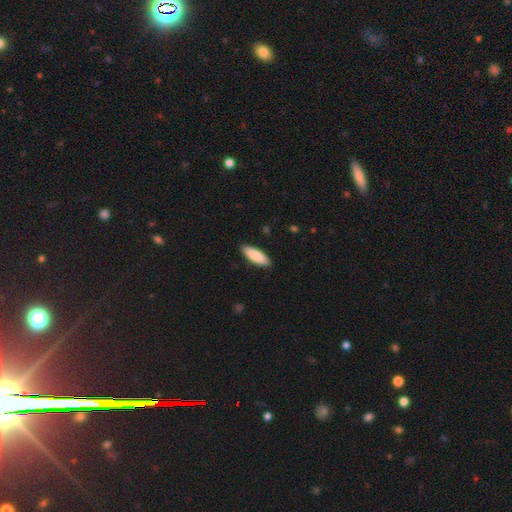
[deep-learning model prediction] Overall: smooth (87%). How rounded: in between (63%; cigar-shaped 36%). Merging: none (90%).